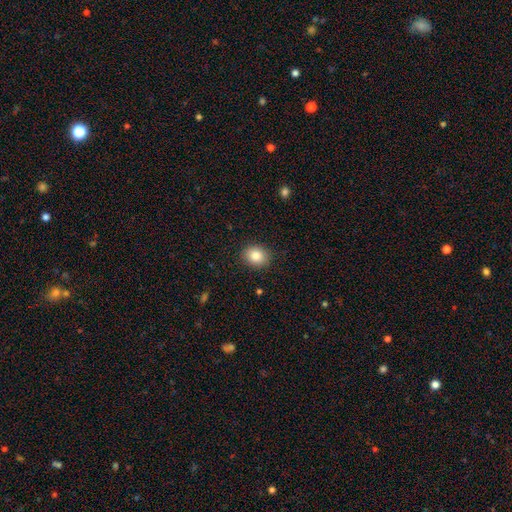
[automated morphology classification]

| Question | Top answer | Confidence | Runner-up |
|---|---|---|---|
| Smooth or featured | smooth | 84% | star or artifact (9%) |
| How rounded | round | 61% | in between (38%) |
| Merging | none | 89% | minor disturbance (8%) |